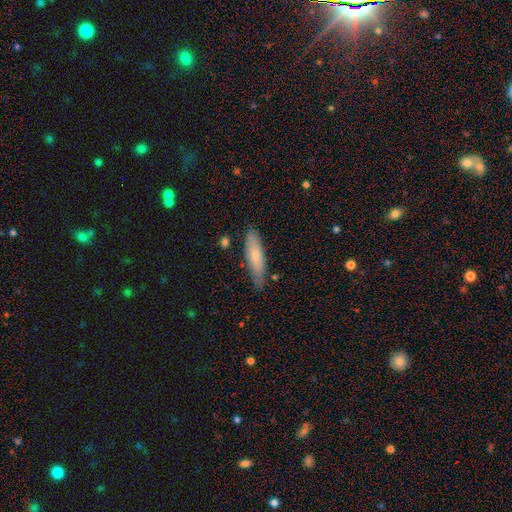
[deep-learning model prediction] A smooth galaxy with no disk features (66%) that is cigar-shaped (69%). Merging: none (79%).